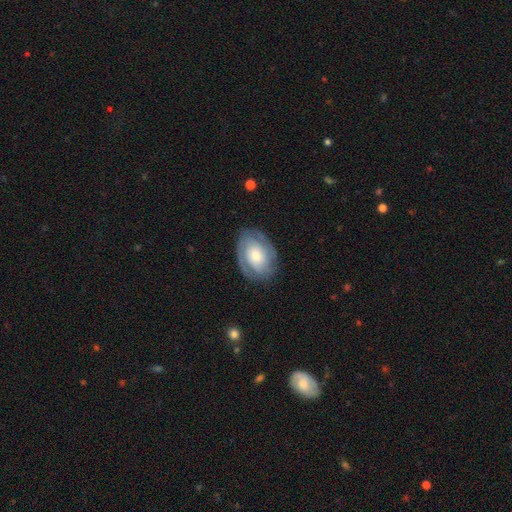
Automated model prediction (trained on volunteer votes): Smooth or featured: featured or disk — 68% (smooth — 26%)
Edge-on disk: no — 96% (yes — 4%)
Bar: no — 73% (weak — 22%)
Spiral arms: yes — 88% (no — 12%)
Spiral winding: tight — 62% (medium — 30%)
Spiral arm count: 2 — 38% (can't tell — 32%)
Bulge size: moderate — 45% (small — 32%)
Merging: none — 78% (minor disturbance — 15%)